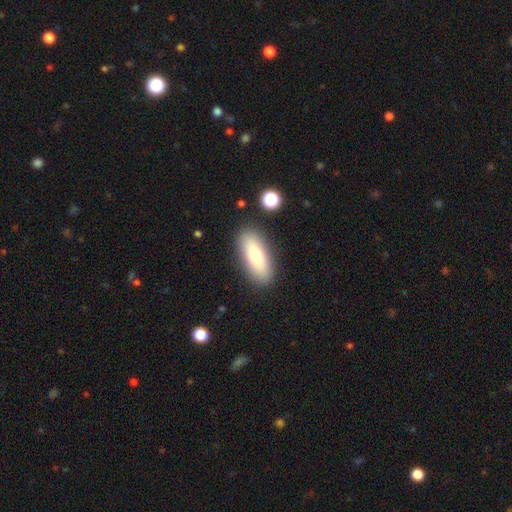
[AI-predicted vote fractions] Smooth or featured?
  - smooth: 74% *
  - featured or disk: 19%
  - star or artifact: 7%
How rounded?
  - in between: 72% *
  - cigar-shaped: 25%
  - round: 3%
Merging?
  - none: 86% *
  - minor disturbance: 9%
  - major disturbance: 3%
  - merger: 2%